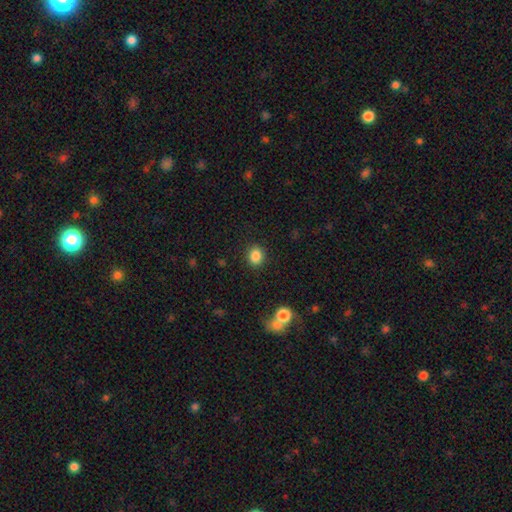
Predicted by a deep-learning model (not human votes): Morphology: type=smooth (85%); roundness=round (68%); merging=none (88%).